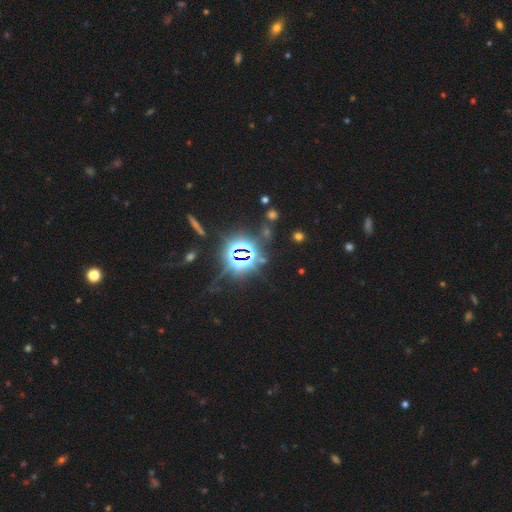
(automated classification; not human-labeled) smooth-or-featured: star or artifact: 83% | smooth: 10% | featured or disk: 7%